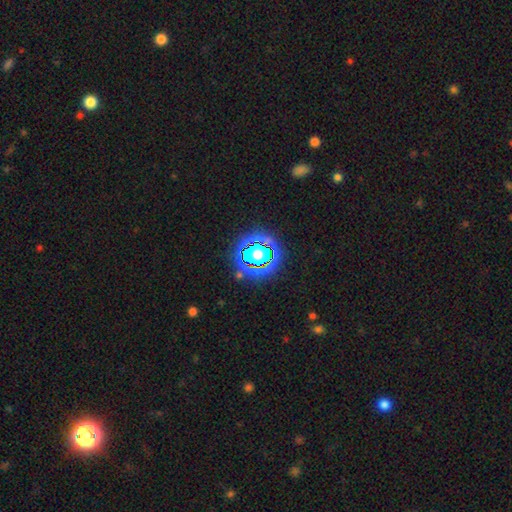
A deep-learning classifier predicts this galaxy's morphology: A star or artifact, not a galaxy (56%).